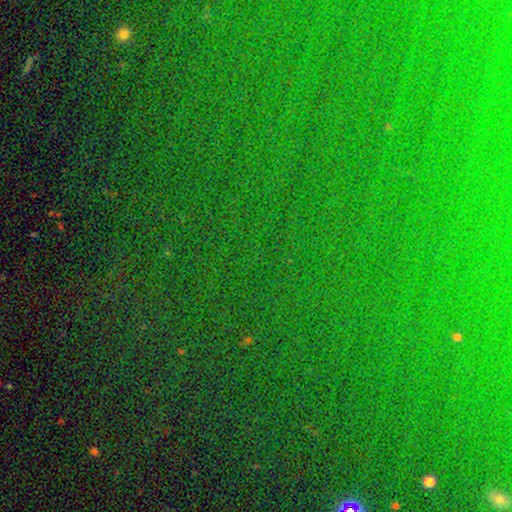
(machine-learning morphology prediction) A star or artifact, not a galaxy (82%).